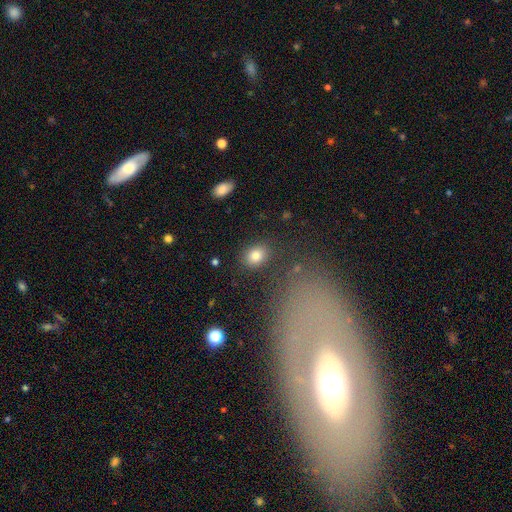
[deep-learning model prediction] Smooth or featured? smooth (81%)
How rounded? in between (57%)
Merging? none (84%)